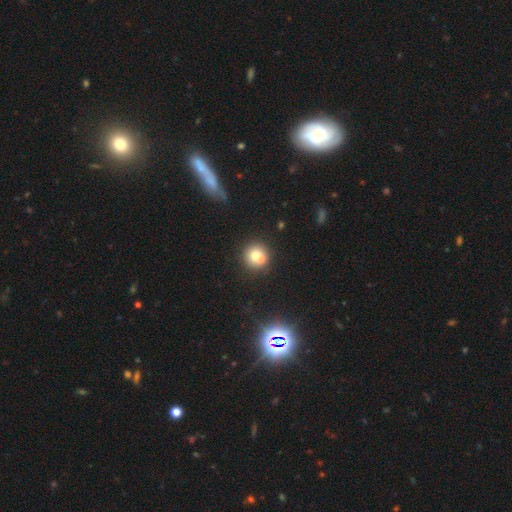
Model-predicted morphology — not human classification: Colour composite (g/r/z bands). It shows a smooth galaxy with no disk features (69%) that is round (89%). Merging: none (49%).